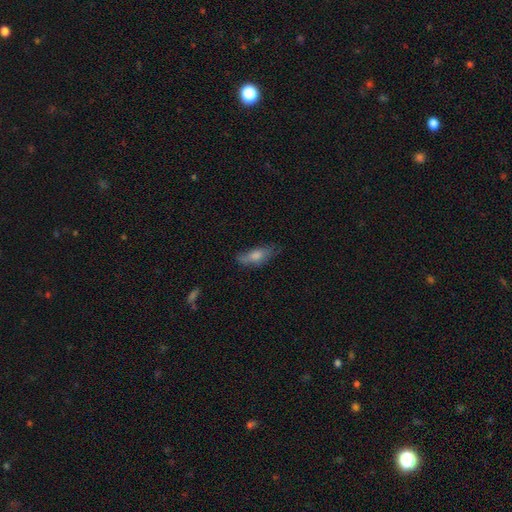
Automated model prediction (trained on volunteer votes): The model was most divided on "merging": none: 58%, minor disturbance: 30%, major disturbance: 9%, merger: 3%. More confident: smooth or featured — smooth (73%); how rounded — in between (72%).